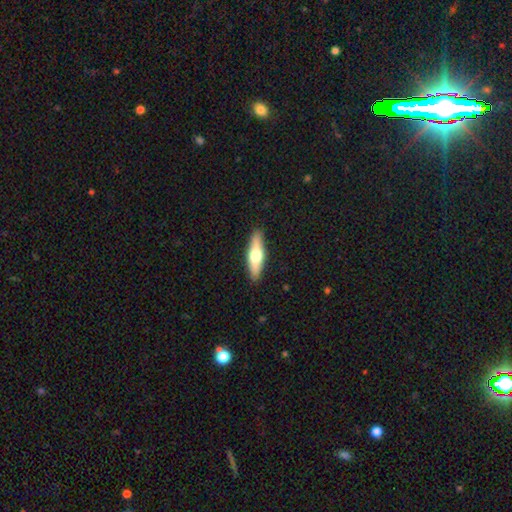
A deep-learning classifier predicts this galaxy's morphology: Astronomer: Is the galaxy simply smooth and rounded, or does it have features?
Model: smooth — 50% (runner-up: featured or disk, 45%).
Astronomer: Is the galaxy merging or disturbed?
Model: none — 90%.